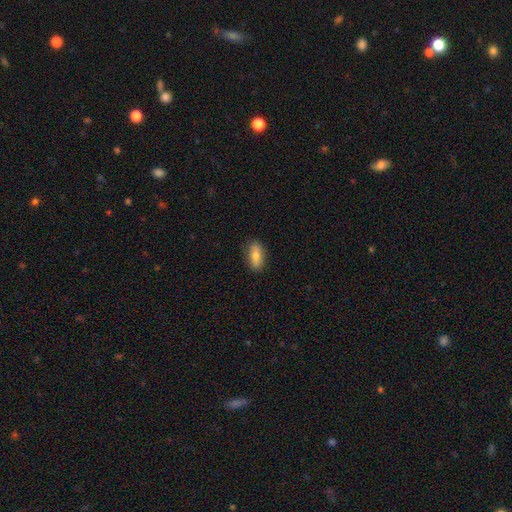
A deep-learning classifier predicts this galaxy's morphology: This appears to be a smooth galaxy with no disk features (76%) that is in between round and cigar-shaped (83%). Merging: none (85%).